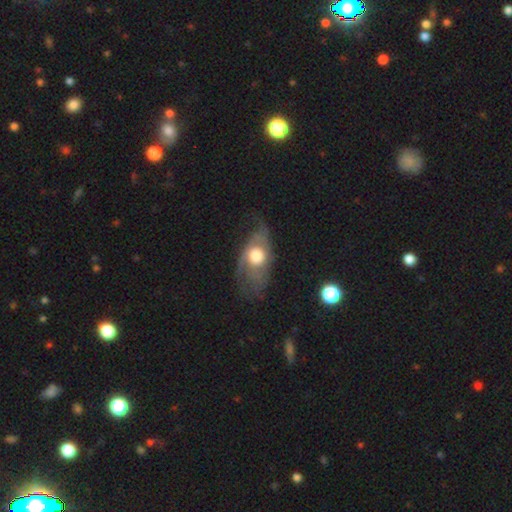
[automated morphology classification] Q: Smooth or featured?
A: featured or disk (63%); runner-up: smooth (30%)
Q: Edge-on disk?
A: no (90%); runner-up: yes (10%)
Q: Bar?
A: no (81%); runner-up: weak (16%)
Q: Spiral arms?
A: yes (72%); runner-up: no (28%)
Q: Bulge size?
A: moderate (48%); runner-up: large (41%)
Q: Merging?
A: none (46%); runner-up: major disturbance (29%)